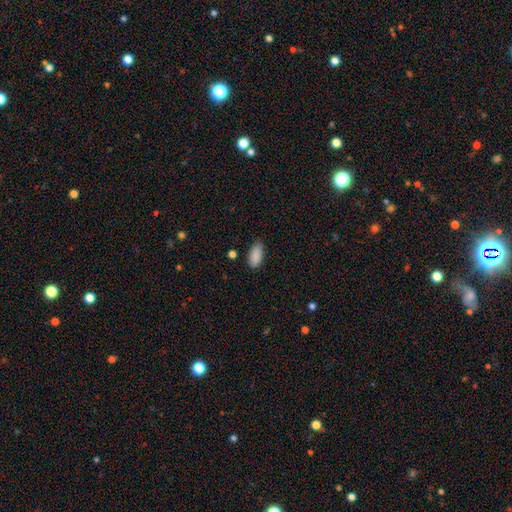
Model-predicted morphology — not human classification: smooth_or_featured: smooth (p=0.89) [alt: star or artifact p=0.07]
how_rounded: in between (p=0.88) [alt: cigar-shaped p=0.09]
merging: none (p=0.82) [alt: minor disturbance p=0.14]